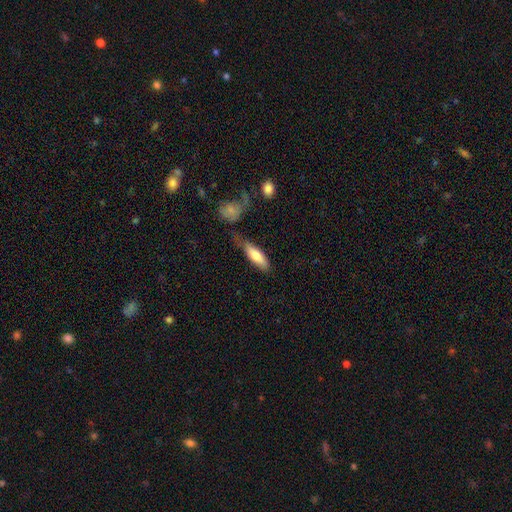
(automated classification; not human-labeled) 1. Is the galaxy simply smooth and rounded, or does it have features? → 75% smooth, 19% featured or disk, 6% star or artifact.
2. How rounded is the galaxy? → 49% cigar-shaped (tied), 49% in between (tied), 2% round.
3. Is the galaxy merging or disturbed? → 53% none, 25% minor disturbance, 11% merger, 10% major disturbance.